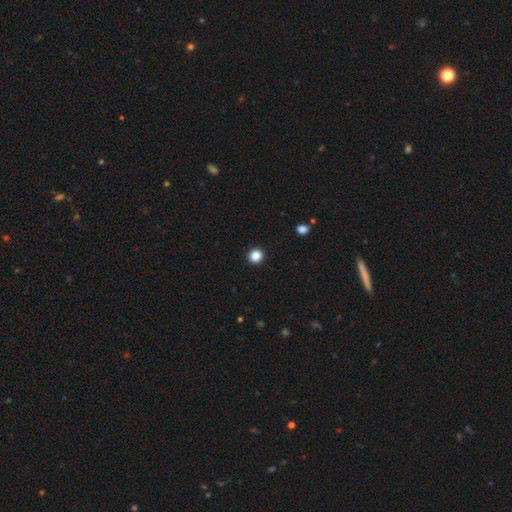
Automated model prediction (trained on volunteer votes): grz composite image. It shows a smooth galaxy with no disk features (87%) that is round (90%). Merging: none (93%).